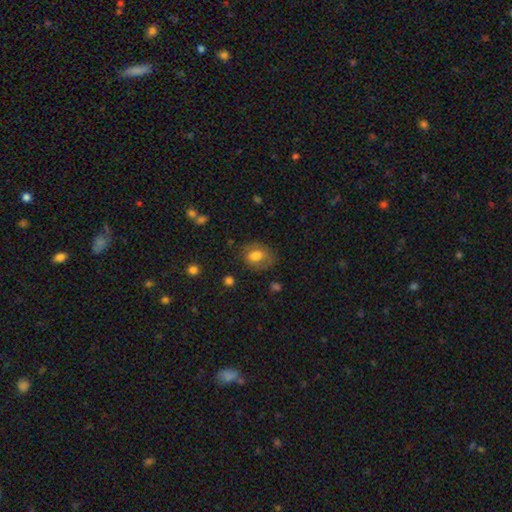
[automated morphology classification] Q: Smooth or featured?
A: smooth (66%); runner-up: featured or disk (25%)
Q: How rounded?
A: in between (59%); runner-up: round (40%)
Q: Merging?
A: none (67%); runner-up: minor disturbance (21%)